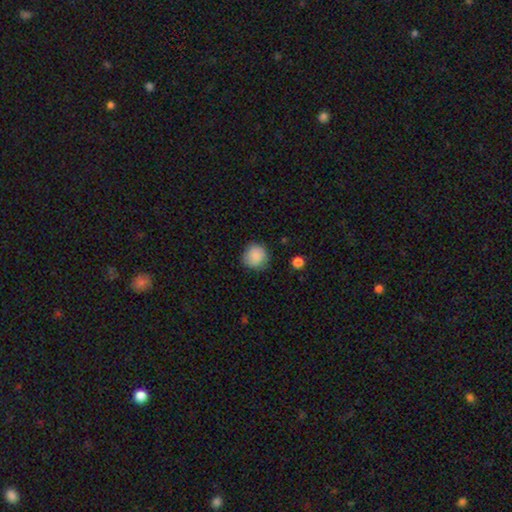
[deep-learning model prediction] smooth_or_featured: smooth (p=0.86) [alt: star or artifact p=0.08]
how_rounded: round (p=0.91) [alt: in between p=0.08]
merging: none (p=0.81) [alt: minor disturbance p=0.14]